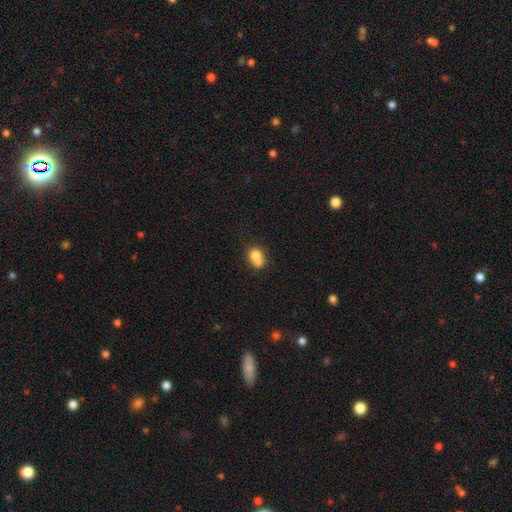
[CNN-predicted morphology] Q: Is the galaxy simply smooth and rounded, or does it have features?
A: smooth — 75%.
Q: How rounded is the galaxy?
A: round — 51%.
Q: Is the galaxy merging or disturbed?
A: merger — 38%.